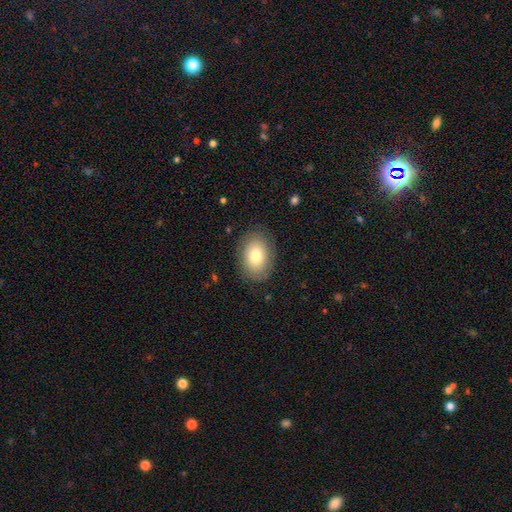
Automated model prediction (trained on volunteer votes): This appears to be a smooth galaxy with no disk features (77%) that is in between round and cigar-shaped (79%). Merging: none (83%).